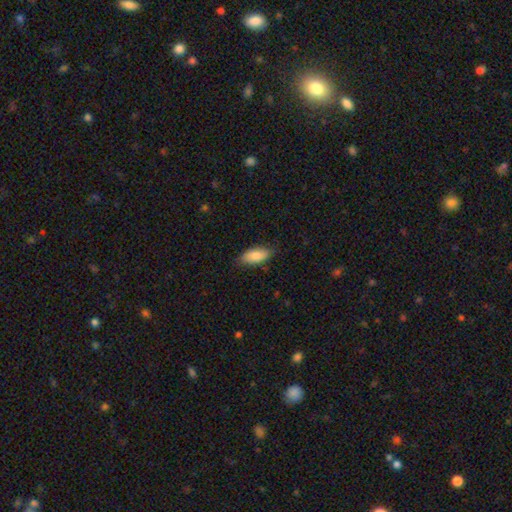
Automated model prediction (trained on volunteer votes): A smooth galaxy with no disk features (82%) that is in between round and cigar-shaped (90%). Merging: none (80%).